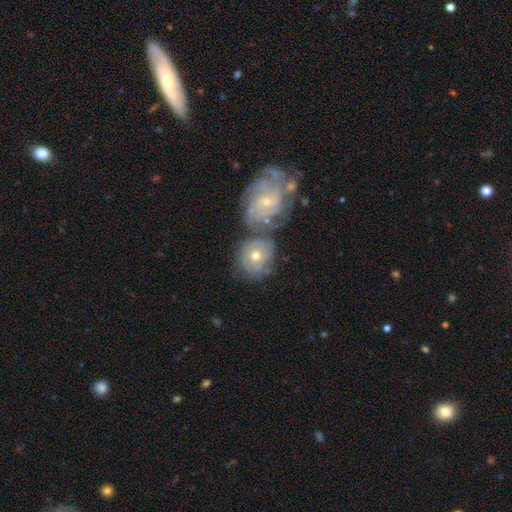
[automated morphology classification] Q: Smooth or featured?
A: featured or disk (62%); runner-up: smooth (30%)
Q: Edge-on disk?
A: no (96%); runner-up: yes (4%)
Q: Bar?
A: no (81%); runner-up: weak (15%)
Q: Spiral arms?
A: yes (78%); runner-up: no (22%)
Q: Bulge size?
A: moderate (49%); runner-up: small (47%)
Q: Merging?
A: merger (46%); runner-up: none (33%)